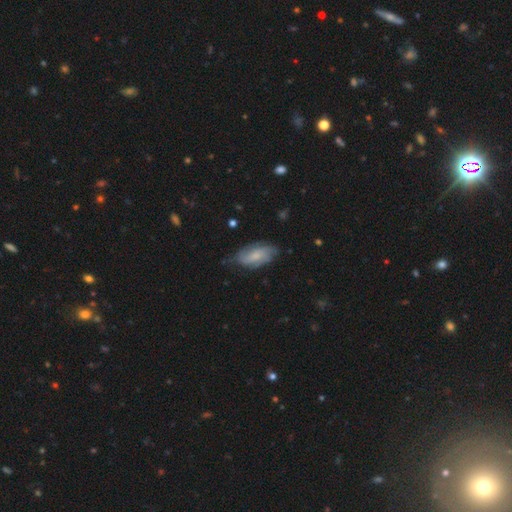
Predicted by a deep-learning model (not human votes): The model was most divided on "smooth or featured": featured or disk: 49%, smooth: 44%, star or artifact: 7%. More confident: merging — none (62%).